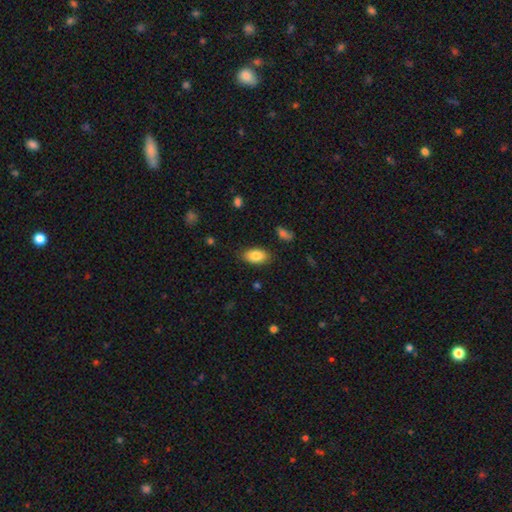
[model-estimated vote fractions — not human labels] smooth-or-featured: smooth: 85% | featured or disk: 8% | star or artifact: 7%
  how-rounded: in between: 93% | round: 5% | cigar-shaped: 2%
  merging: none: 84% | minor disturbance: 12% | major disturbance: 3% | merger: 2%